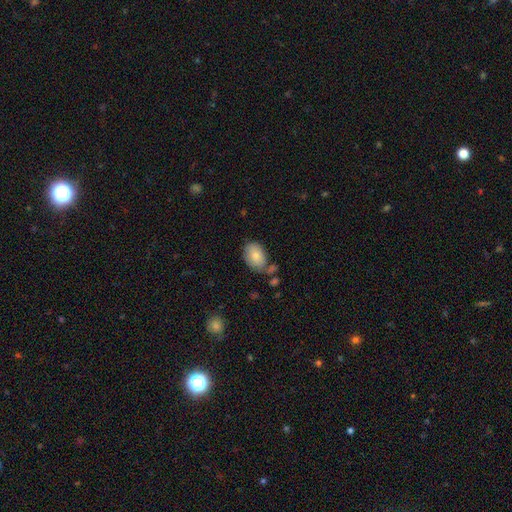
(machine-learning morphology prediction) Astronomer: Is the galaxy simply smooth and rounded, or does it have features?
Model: smooth — 82%.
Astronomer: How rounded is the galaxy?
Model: in between — 84%.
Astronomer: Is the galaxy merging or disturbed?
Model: none — 62%.